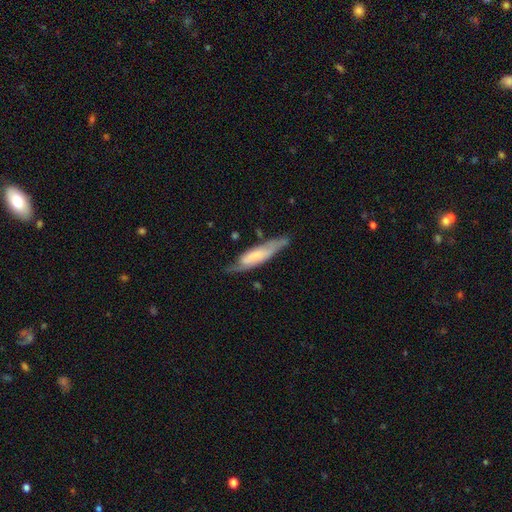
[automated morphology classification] Smooth or featured: featured or disk — 52% (smooth — 43%)
Edge-on disk: no — 54% (yes — 46%)
Merging: none — 60% (minor disturbance — 27%)